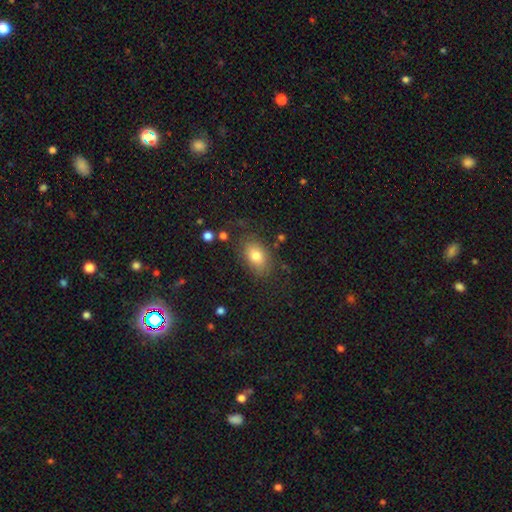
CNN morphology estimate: Smooth or featured?
  - smooth: 78% *
  - featured or disk: 12%
  - star or artifact: 9%
How rounded?
  - in between: 82% *
  - round: 16%
  - cigar-shaped: 2%
Merging?
  - none: 77% *
  - minor disturbance: 15%
  - major disturbance: 6%
  - merger: 2%